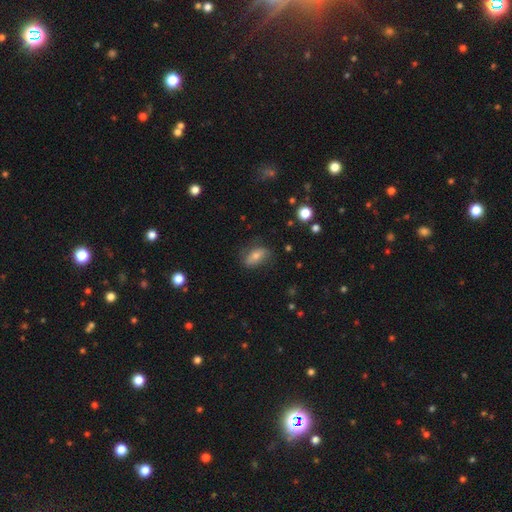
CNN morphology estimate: A smooth galaxy with no disk features (60%) that is in between round and cigar-shaped (83%).

Vote fractions:
- Smooth or featured? smooth: 60% / featured or disk: 29% / star or artifact: 11%
- How rounded? in between: 83% / round: 10% / cigar-shaped: 7%
- Merging? none: 69% / minor disturbance: 21% / major disturbance: 8% / merger: 2%